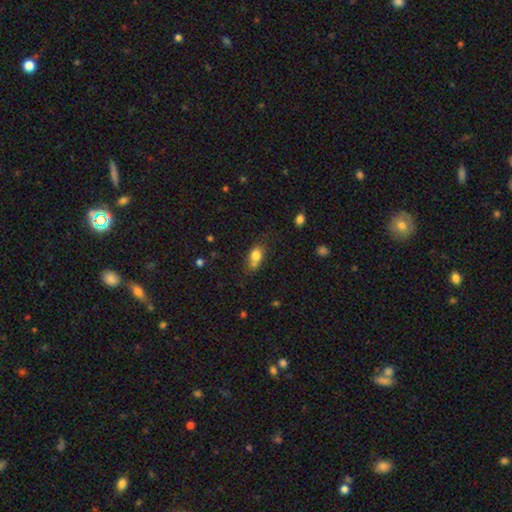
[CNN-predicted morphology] smooth_or_featured: smooth (p=0.77) [alt: featured or disk p=0.13]
how_rounded: in between (p=0.72) [alt: round p=0.23]
merging: none (p=0.45) [alt: minor disturbance p=0.24]